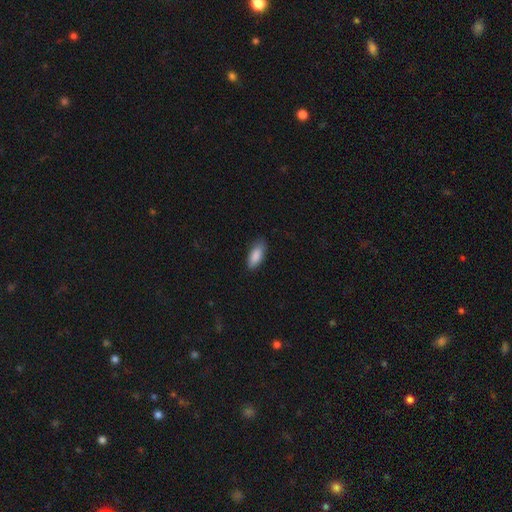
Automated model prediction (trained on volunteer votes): Morphology: type=smooth (88%); roundness=in between (83%); merging=none (79%).